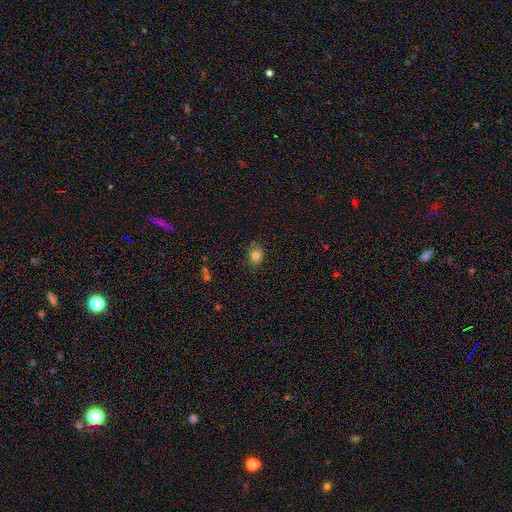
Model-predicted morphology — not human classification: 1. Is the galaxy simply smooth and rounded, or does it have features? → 82% smooth, 11% star or artifact, 7% featured or disk.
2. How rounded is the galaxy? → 53% round, 46% in between, 1% cigar-shaped.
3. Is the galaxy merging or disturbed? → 79% none, 16% minor disturbance, 3% major disturbance, 2% merger.